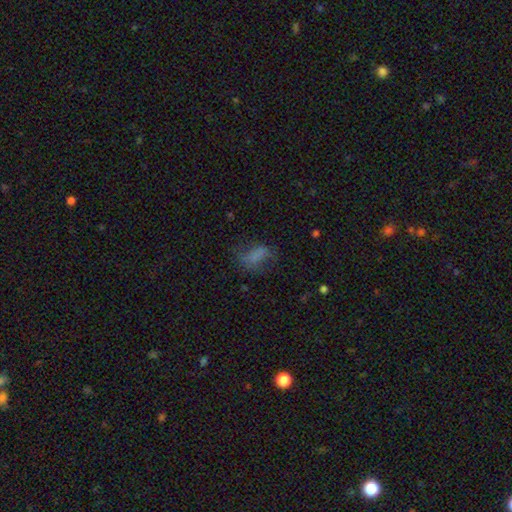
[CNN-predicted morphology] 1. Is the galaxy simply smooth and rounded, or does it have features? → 64% smooth, 21% featured or disk, 15% star or artifact.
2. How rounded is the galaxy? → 80% in between, 12% cigar-shaped, 8% round.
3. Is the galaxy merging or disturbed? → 50% none, 24% minor disturbance, 23% major disturbance, 3% merger.